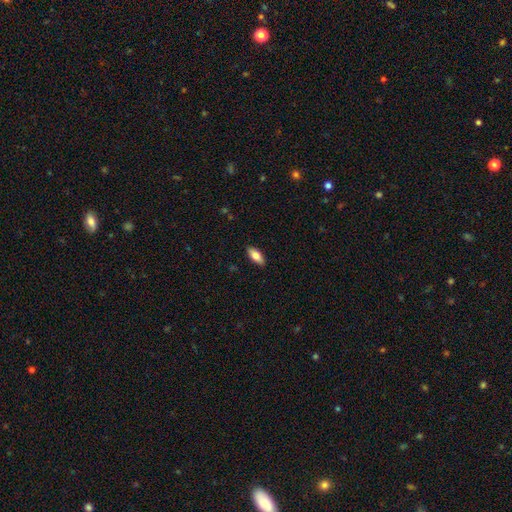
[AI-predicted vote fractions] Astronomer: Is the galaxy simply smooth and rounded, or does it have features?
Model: smooth — 74%.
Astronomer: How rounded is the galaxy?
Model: in between — 83%.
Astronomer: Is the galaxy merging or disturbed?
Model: none — 89%.